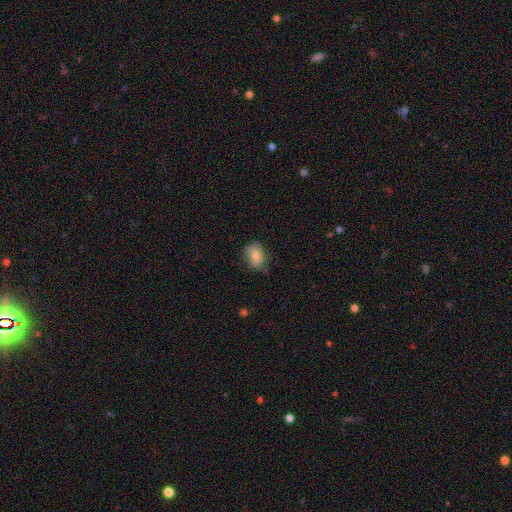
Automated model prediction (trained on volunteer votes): smooth_or_featured: smooth (p=0.73) [alt: featured or disk p=0.18]
how_rounded: in between (p=0.70) [alt: round p=0.28]
merging: none (p=0.66) [alt: minor disturbance p=0.27]